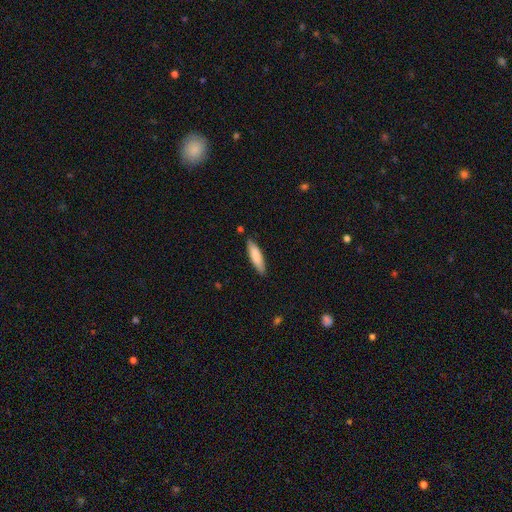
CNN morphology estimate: A smooth galaxy with no disk features (83%) that is cigar-shaped (66%).

Vote fractions:
- Smooth or featured? smooth: 83% / featured or disk: 12% / star or artifact: 5%
- How rounded? cigar-shaped: 66% / in between: 33% / round: 1%
- Merging? none: 83% / minor disturbance: 13% / major disturbance: 2% / merger: 2%